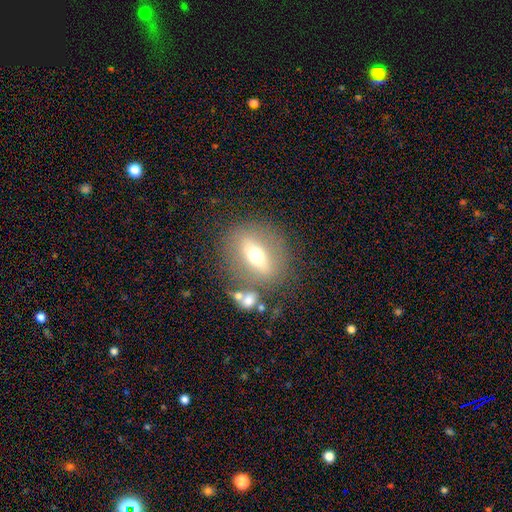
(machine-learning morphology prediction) smooth-or-featured: featured or disk: 51% | smooth: 40% | star or artifact: 9%
  disk-edge-on: no: 58% | yes: 42%
  merging: none: 74% | minor disturbance: 12% | merger: 8% | major disturbance: 6%